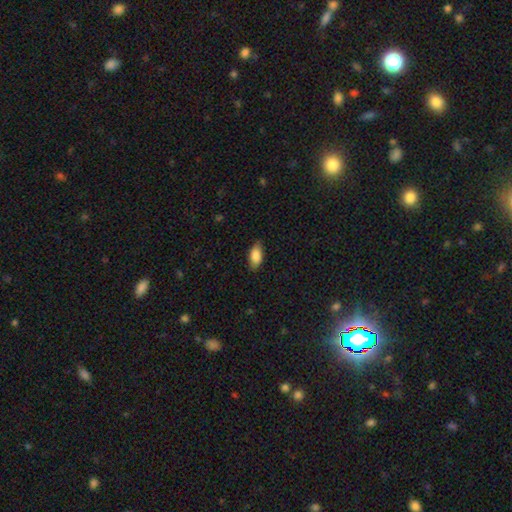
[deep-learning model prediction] A smooth galaxy with no disk features (86%) that is in between round and cigar-shaped (89%). Merging: none (83%).